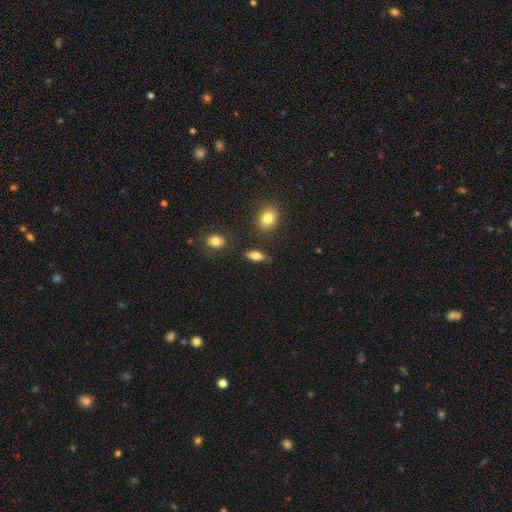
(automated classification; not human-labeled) smooth_or_featured: smooth (p=0.74) [alt: featured or disk p=0.17]
how_rounded: in between (p=0.75) [alt: cigar-shaped p=0.19]
merging: none (p=0.79) [alt: minor disturbance p=0.13]